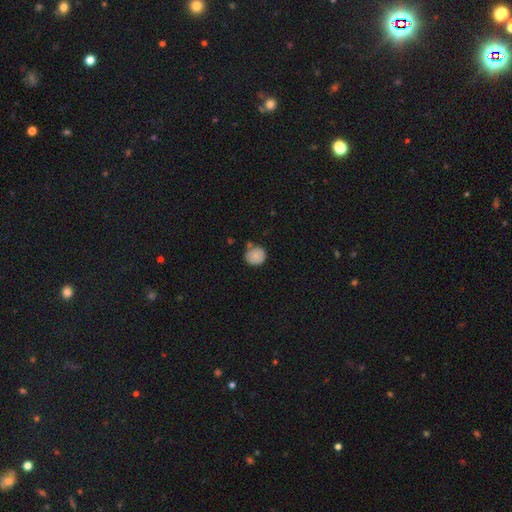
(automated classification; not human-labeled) smooth 81%, featured or disk 11%, star or artifact 8%. Down the decision tree: how rounded — round (82%); merging — none (65%).